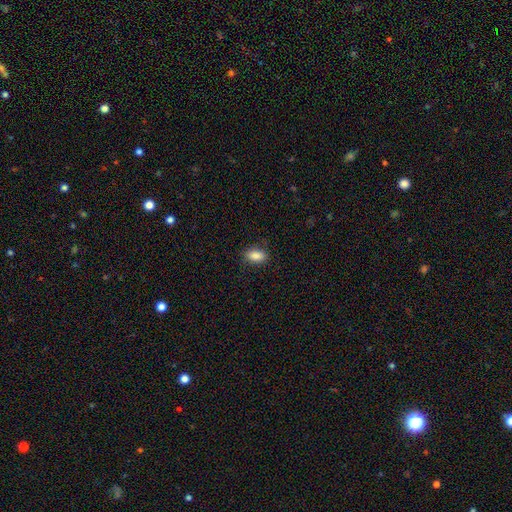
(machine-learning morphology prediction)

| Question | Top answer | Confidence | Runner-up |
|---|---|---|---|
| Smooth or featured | smooth | 87% | star or artifact (8%) |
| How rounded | in between | 89% | round (7%) |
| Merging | none | 85% | minor disturbance (11%) |